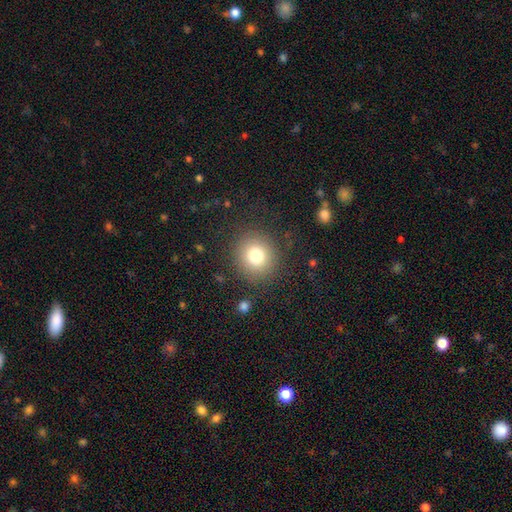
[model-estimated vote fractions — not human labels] This appears to be a smooth galaxy with no disk features (77%) that is round (90%). Merging: none (87%).